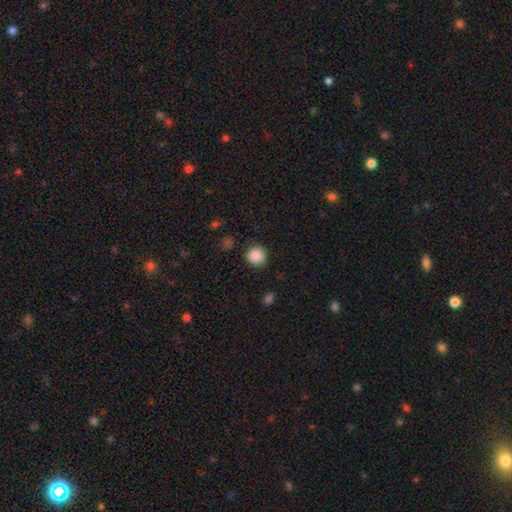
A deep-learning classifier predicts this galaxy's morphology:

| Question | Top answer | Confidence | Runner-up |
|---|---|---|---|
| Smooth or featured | smooth | 87% | star or artifact (10%) |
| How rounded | round | 91% | in between (8%) |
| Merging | none | 86% | minor disturbance (9%) |